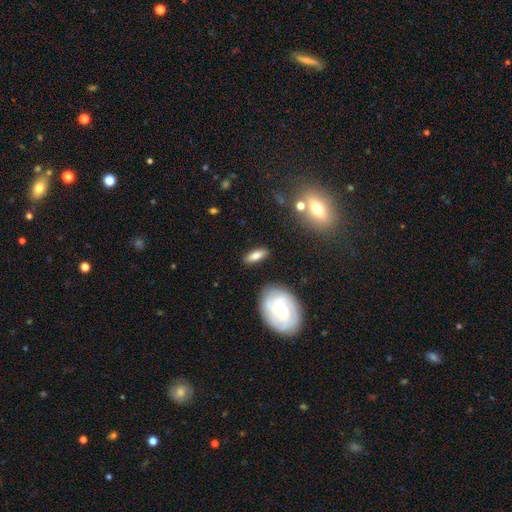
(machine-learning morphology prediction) smooth-or-featured: smooth: 66% | featured or disk: 26% | star or artifact: 7%
  how-rounded: in between: 66% | cigar-shaped: 30% | round: 4%
  merging: none: 84% | minor disturbance: 10% | major disturbance: 3% | merger: 2%